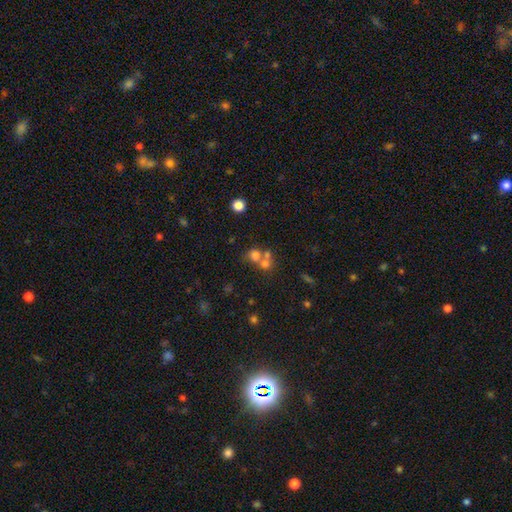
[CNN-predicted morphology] Smooth or featured? smooth (61%)
How rounded? round (80%)
Merging? merger (51%)